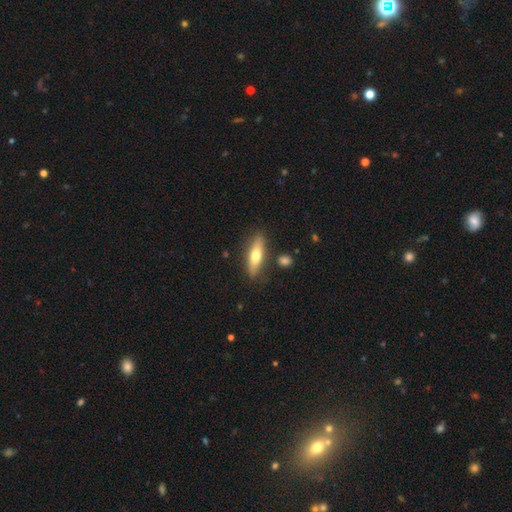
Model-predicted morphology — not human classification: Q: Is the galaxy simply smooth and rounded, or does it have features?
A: smooth — 59%.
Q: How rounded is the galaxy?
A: cigar-shaped — 56%.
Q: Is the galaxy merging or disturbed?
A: none — 82%.